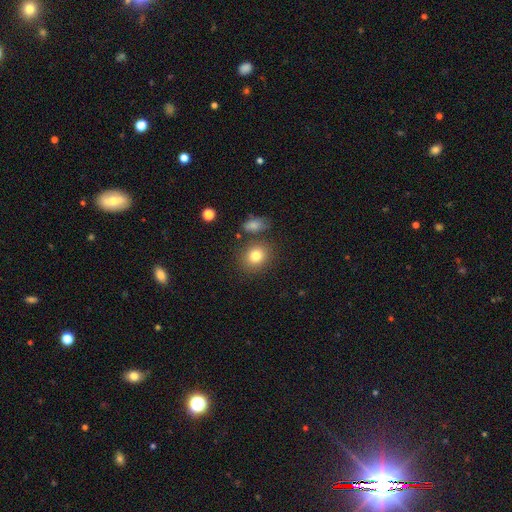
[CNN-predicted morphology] Smooth or featured? Predicted: smooth (p=0.81). How rounded? Predicted: round (p=0.68). Merging? Predicted: none (p=0.78).